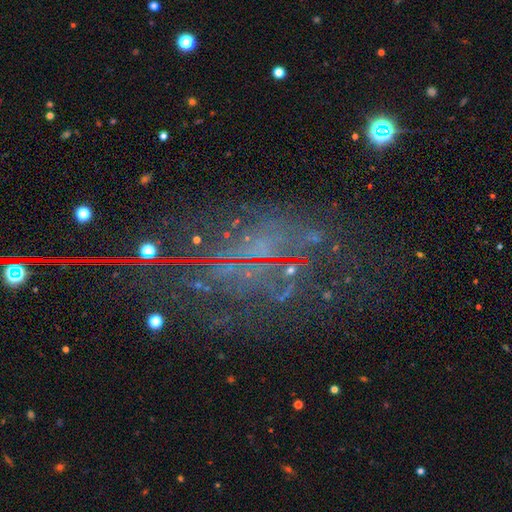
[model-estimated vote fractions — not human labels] The model was most divided on "smooth or featured": star or artifact: 45%, featured or disk: 40%, smooth: 15%.